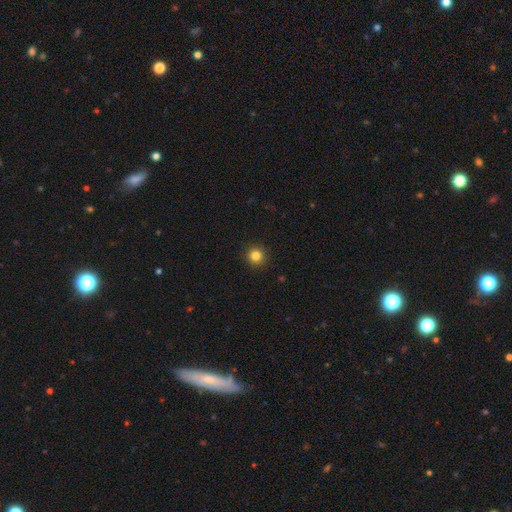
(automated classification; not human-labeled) A smooth galaxy with no disk features (83%) that is round (95%). Merging: none (93%).